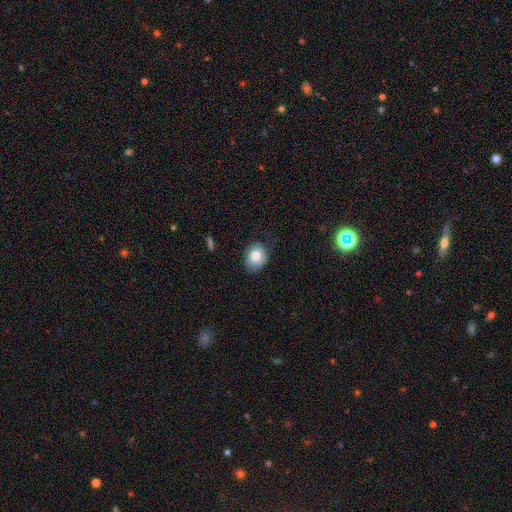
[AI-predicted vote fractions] The model was most divided on "how rounded": in between: 62%, round: 37%, cigar-shaped: 1%. More confident: smooth or featured — smooth (80%); merging — none (67%).